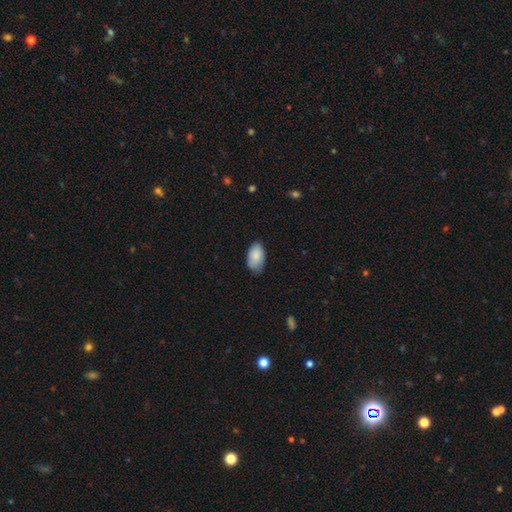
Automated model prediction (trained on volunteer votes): A smooth galaxy with no disk features (87%) that is in between round and cigar-shaped (94%). Merging: none (70%).